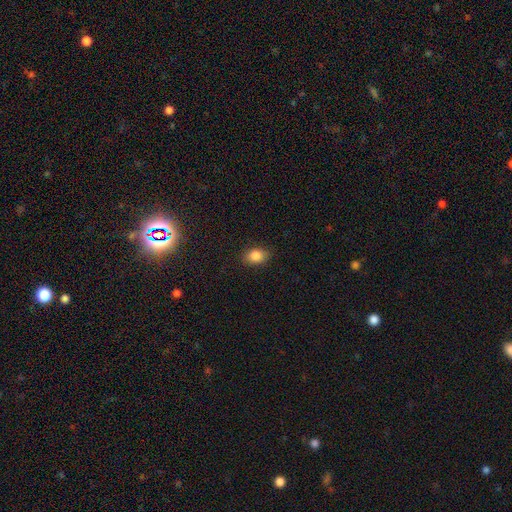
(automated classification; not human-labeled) Smooth or featured? Predicted: smooth (p=0.84). How rounded? Predicted: in between (p=0.74). Merging? Predicted: none (p=0.87).